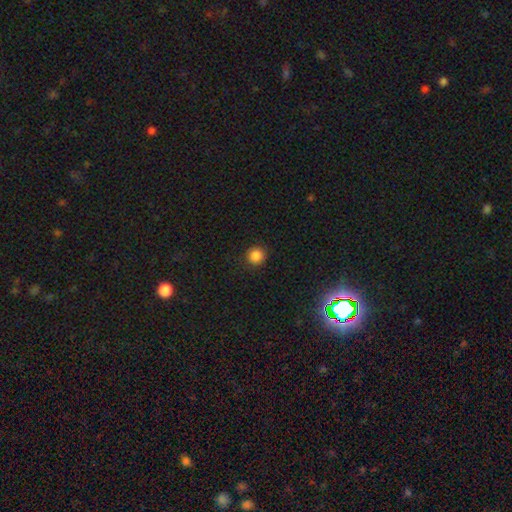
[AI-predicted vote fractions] smooth-or-featured: smooth: 85% | star or artifact: 12% | featured or disk: 3%
  how-rounded: round: 93% | in between: 6% | cigar-shaped: 1%
  merging: none: 90% | minor disturbance: 7% | major disturbance: 2% | merger: 1%